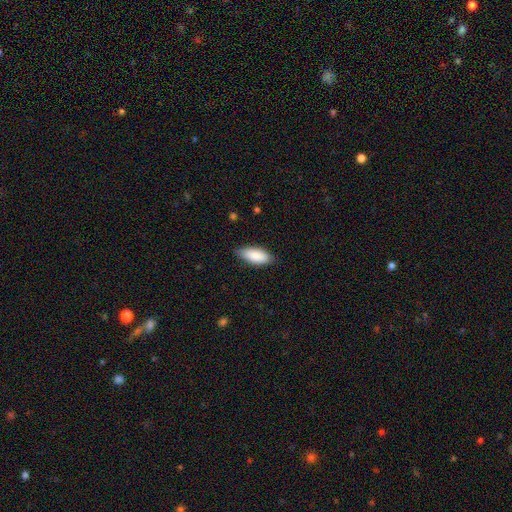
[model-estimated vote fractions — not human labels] The model was most divided on "merging": none: 80%, minor disturbance: 17%, major disturbance: 3%, merger: 1%. More confident: smooth or featured — smooth (87%); how rounded — in between (86%).